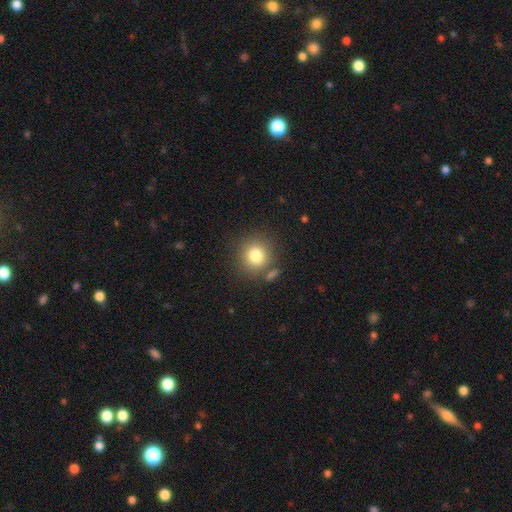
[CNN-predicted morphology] This appears to be a smooth galaxy with no disk features (80%) that is round (90%). Merging: none (78%).